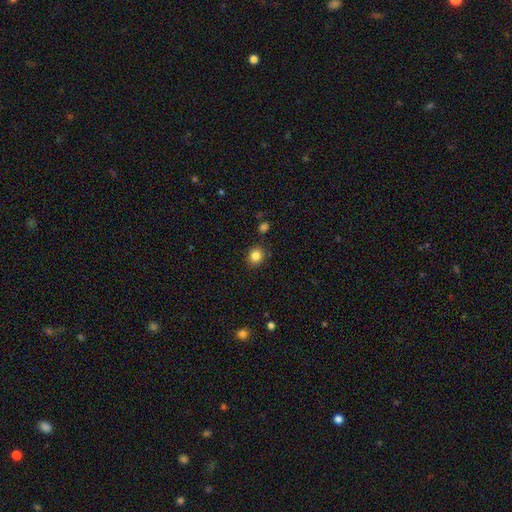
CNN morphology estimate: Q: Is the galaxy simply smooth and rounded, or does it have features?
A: smooth — 84%.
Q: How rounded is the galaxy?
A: round — 75%.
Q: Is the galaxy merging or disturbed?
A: none — 87%.